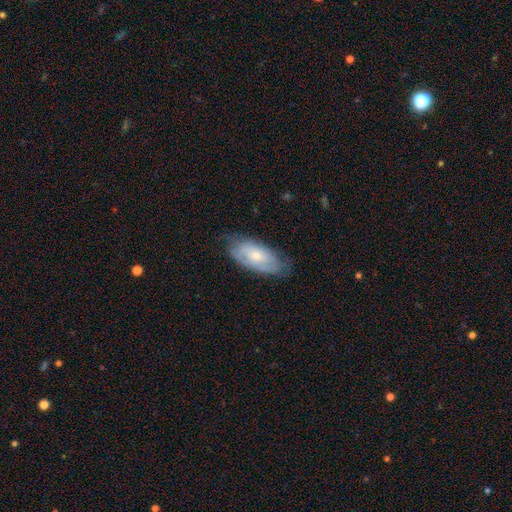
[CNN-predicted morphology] A smooth galaxy with no disk features (47%).

Vote fractions:
- Smooth or featured? smooth: 47% / featured or disk: 46% / star or artifact: 6%
- Merging? none: 68% / minor disturbance: 25% / major disturbance: 6% / merger: 1%